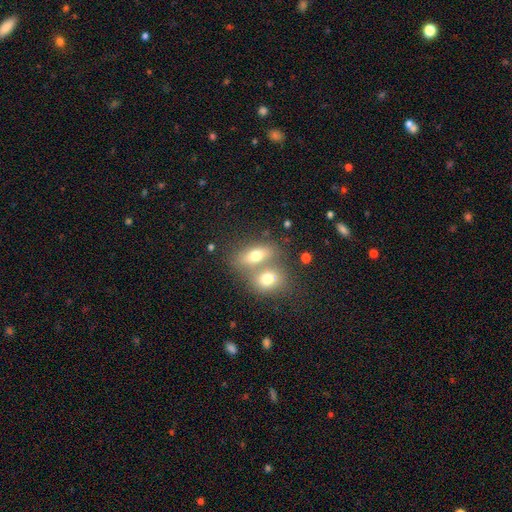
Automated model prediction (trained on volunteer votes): The model was most divided on "merging": merger: 52%, none: 36%, minor disturbance: 8%, major disturbance: 4%. More confident: how rounded — in between (73%); smooth or featured — smooth (69%).